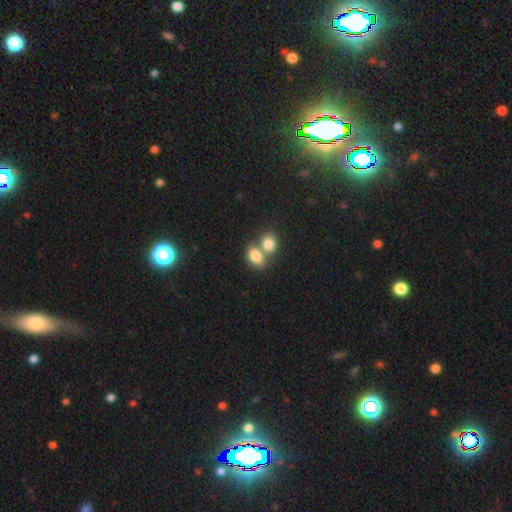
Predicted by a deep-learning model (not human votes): Smooth or featured?
  - smooth: 81% *
  - featured or disk: 10%
  - star or artifact: 9%
How rounded?
  - in between: 72% *
  - round: 26%
  - cigar-shaped: 2%
Merging?
  - merger: 59% *
  - none: 30%
  - minor disturbance: 8%
  - major disturbance: 3%